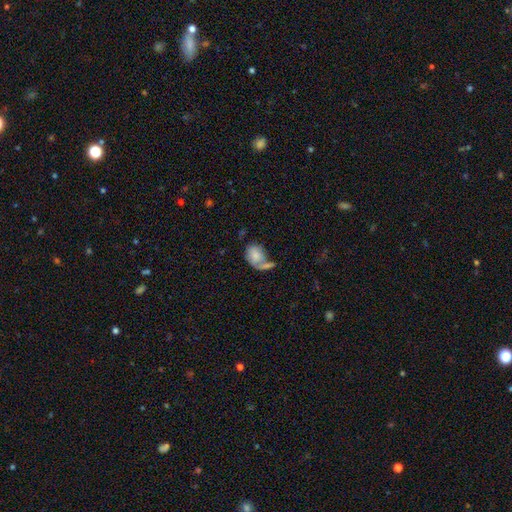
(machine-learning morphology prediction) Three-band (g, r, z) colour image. It shows a smooth galaxy with no disk features (74%) that is in between round and cigar-shaped (68%). Merging: merger (36%).